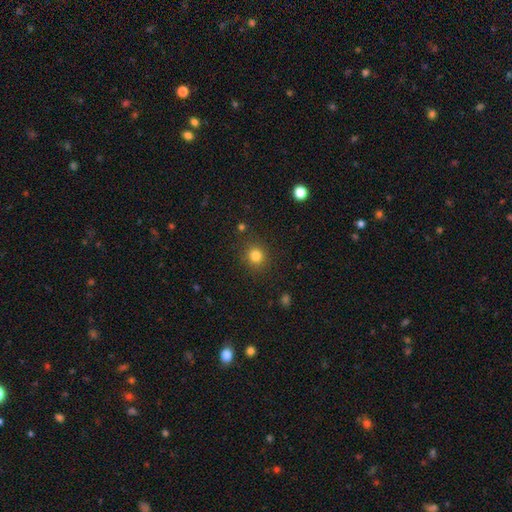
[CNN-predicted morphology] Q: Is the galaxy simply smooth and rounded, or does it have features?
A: smooth — 82%.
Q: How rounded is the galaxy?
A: round — 86%.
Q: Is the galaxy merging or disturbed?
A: none — 87%.